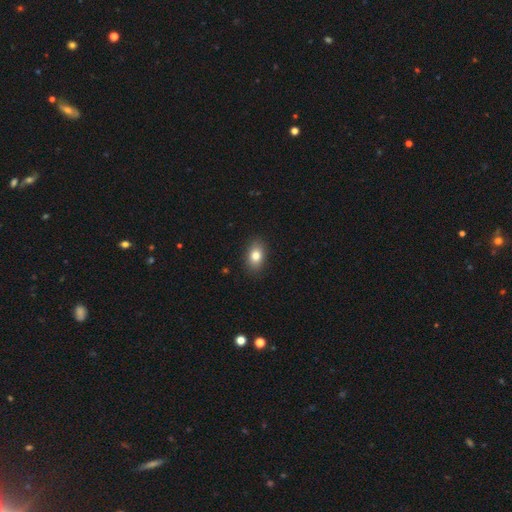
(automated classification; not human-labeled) Smooth or featured?
  - smooth: 81% *
  - featured or disk: 10%
  - star or artifact: 9%
How rounded?
  - in between: 84% *
  - round: 14%
  - cigar-shaped: 2%
Merging?
  - none: 88% *
  - minor disturbance: 9%
  - major disturbance: 2%
  - merger: 1%